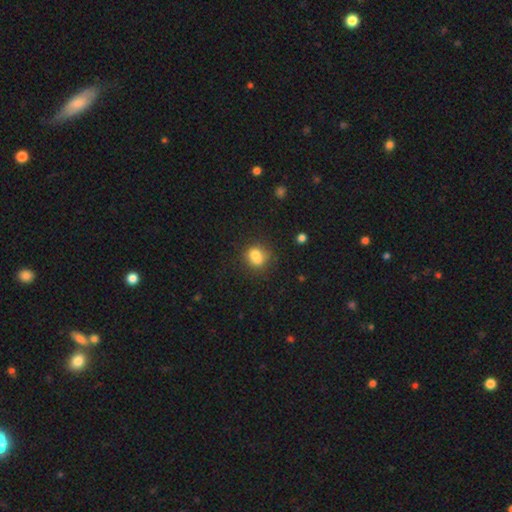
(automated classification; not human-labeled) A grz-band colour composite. It shows a smooth galaxy with no disk features (73%) that is round (65%). Merging: none (46%).